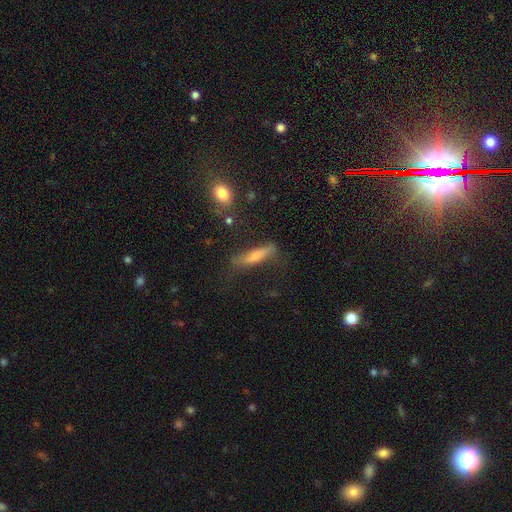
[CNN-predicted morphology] A smooth galaxy with no disk features (71%) that is cigar-shaped (81%). Merging: none (63%).